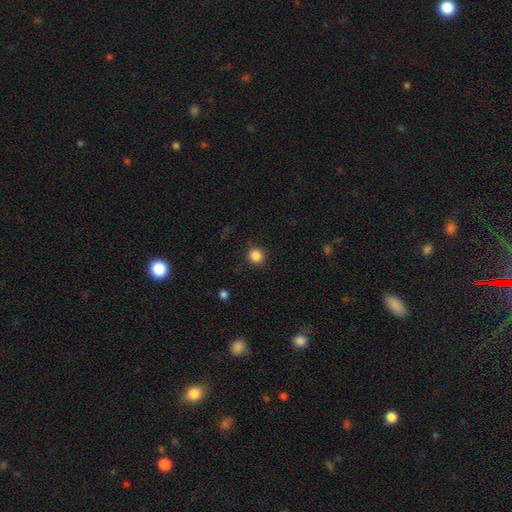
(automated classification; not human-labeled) Smooth or featured? smooth (86%)
How rounded? round (93%)
Merging? none (91%)